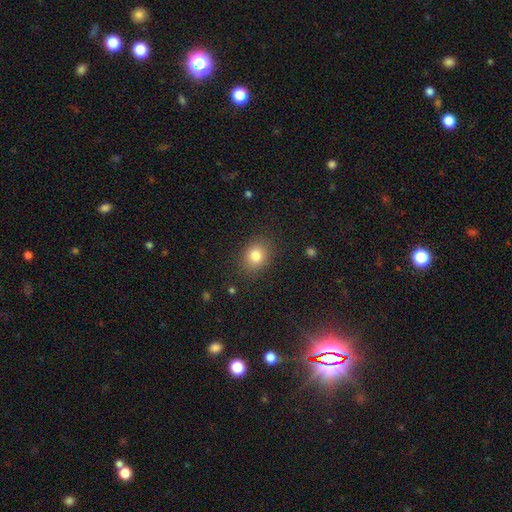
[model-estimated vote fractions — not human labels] Smooth or featured? smooth (81%)
How rounded? round (56%)
Merging? none (85%)